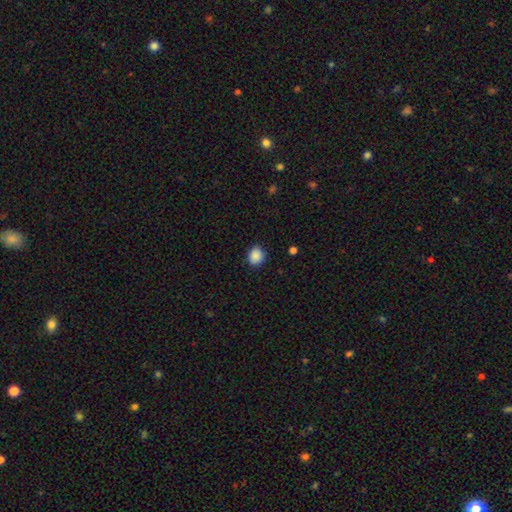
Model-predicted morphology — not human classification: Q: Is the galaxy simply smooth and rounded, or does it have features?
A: smooth — 89%.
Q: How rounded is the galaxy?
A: round — 69%.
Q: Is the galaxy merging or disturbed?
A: none — 88%.